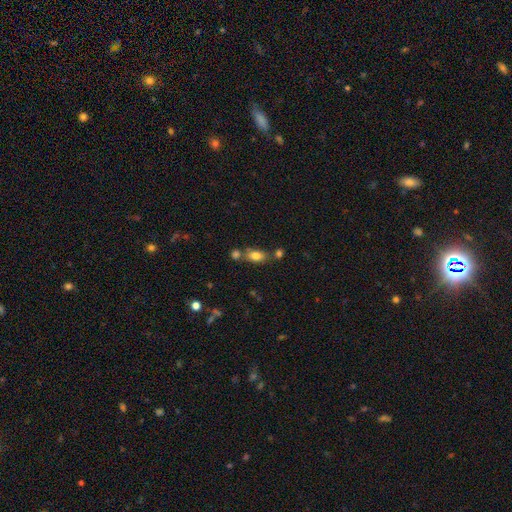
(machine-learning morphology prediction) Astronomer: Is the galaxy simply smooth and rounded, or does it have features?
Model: smooth — 79%.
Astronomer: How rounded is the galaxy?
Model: in between — 85%.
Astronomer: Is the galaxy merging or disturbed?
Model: none — 59%.